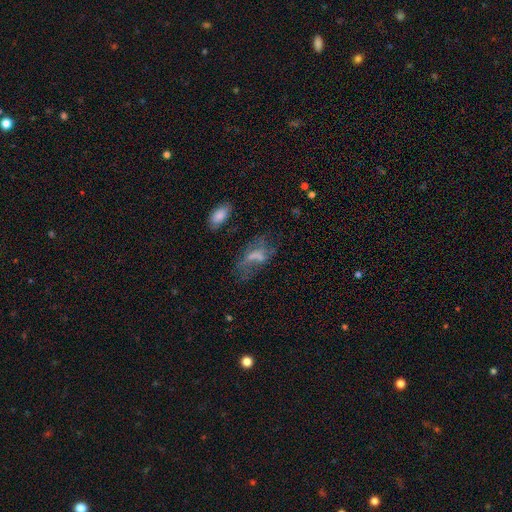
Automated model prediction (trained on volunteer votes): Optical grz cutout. It shows a smooth galaxy with no disk features (42%, tied with featured or disk). Merging: none (38%).